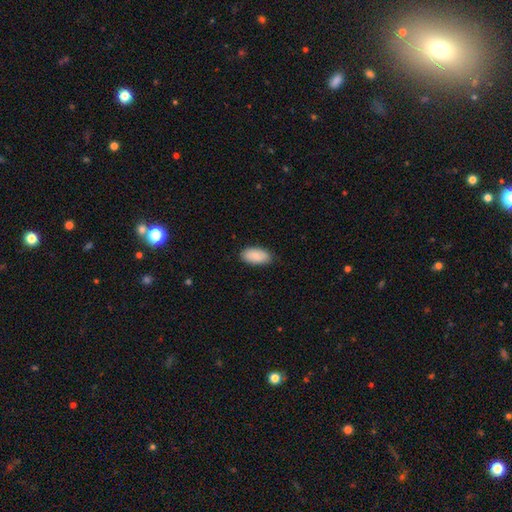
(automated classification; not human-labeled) Smooth or featured? smooth (87%)
How rounded? in between (95%)
Merging? none (84%)